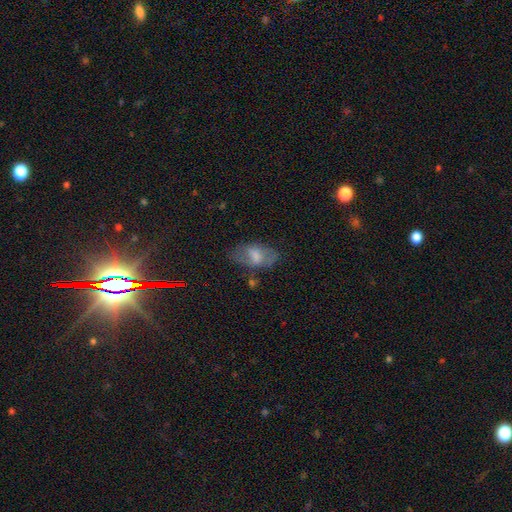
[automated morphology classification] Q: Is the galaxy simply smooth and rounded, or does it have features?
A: smooth — 53%.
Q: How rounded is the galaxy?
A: in between — 88%.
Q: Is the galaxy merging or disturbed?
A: none — 60%.